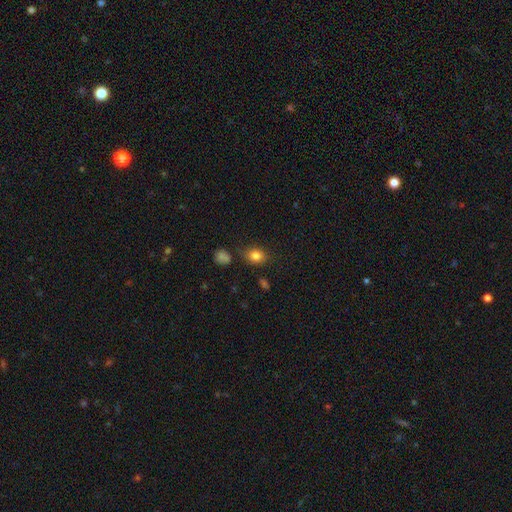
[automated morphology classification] A smooth galaxy with no disk features (82%) that is in between round and cigar-shaped (54%). Merging: none (75%).